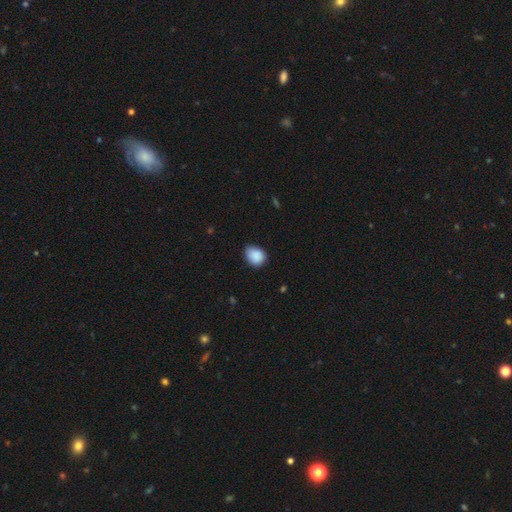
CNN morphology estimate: This appears to be a smooth galaxy with no disk features (89%) that is in between round and cigar-shaped (51%). Merging: none (73%).